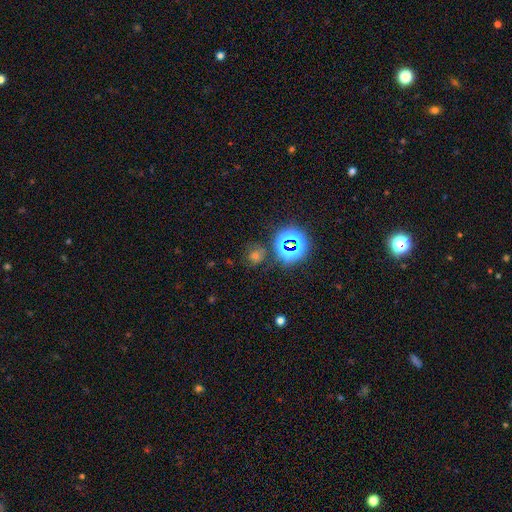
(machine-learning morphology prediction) smooth-or-featured: star or artifact: 50% | smooth: 40% | featured or disk: 10%